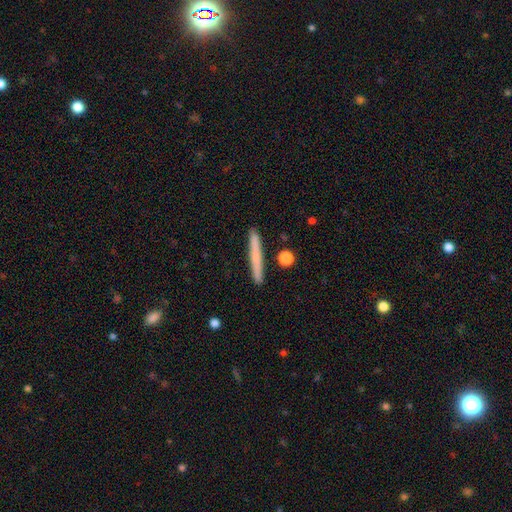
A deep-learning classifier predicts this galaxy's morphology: Smooth or featured?
  - smooth: 67% *
  - featured or disk: 27%
  - star or artifact: 6%
How rounded?
  - cigar-shaped: 97% *
  - in between: 2%
  - round: 1%
Merging?
  - none: 90% *
  - minor disturbance: 6%
  - merger: 2%
  - major disturbance: 1%